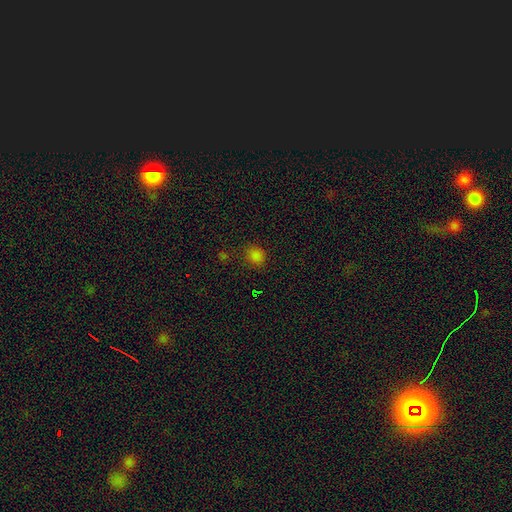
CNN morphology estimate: This appears to be a smooth galaxy with no disk features (77%) that is round (74%). Merging: none (81%).